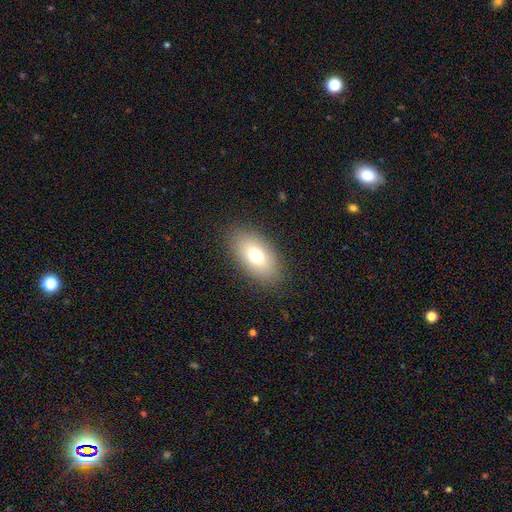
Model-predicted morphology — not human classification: Smooth or featured? Predicted: smooth (p=0.73). How rounded? Predicted: in between (p=0.91). Merging? Predicted: none (p=0.86).